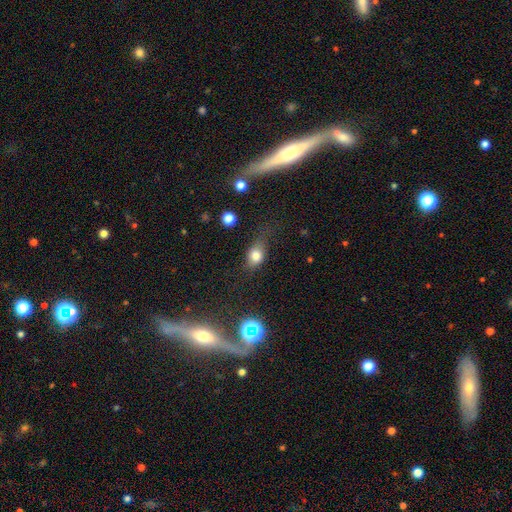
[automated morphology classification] A smooth galaxy with no disk features (75%) that is in between round and cigar-shaped (63%).

Vote fractions:
- Smooth or featured? smooth: 75% / featured or disk: 12% / star or artifact: 12%
- How rounded? in between: 63% / round: 33% / cigar-shaped: 4%
- Merging? none: 53% / minor disturbance: 29% / major disturbance: 15% / merger: 3%